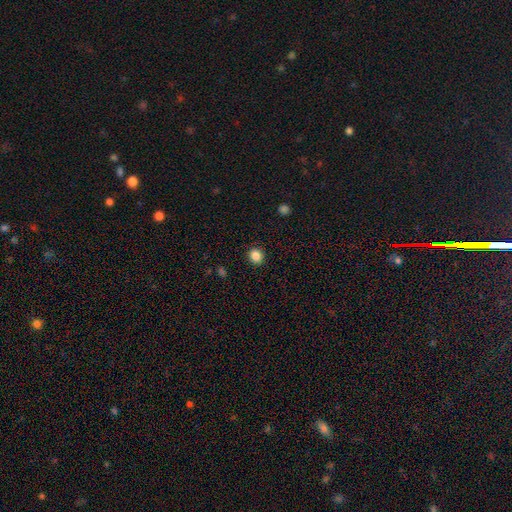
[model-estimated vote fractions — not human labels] Q: Smooth or featured?
A: smooth (85%); runner-up: star or artifact (11%)
Q: How rounded?
A: round (82%); runner-up: in between (17%)
Q: Merging?
A: none (91%); runner-up: minor disturbance (6%)